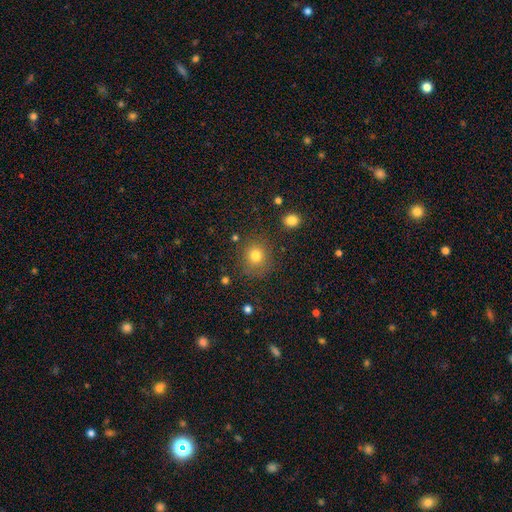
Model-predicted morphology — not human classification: The model was most divided on "smooth or featured": smooth: 78%, star or artifact: 14%, featured or disk: 8%. More confident: how rounded — round (86%); merging — none (82%).